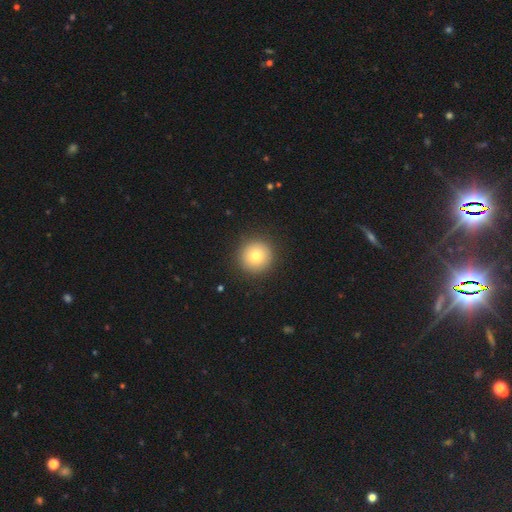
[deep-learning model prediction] Smooth or featured? Predicted: smooth (p=0.78). How rounded? Predicted: round (p=0.96). Merging? Predicted: none (p=0.92).